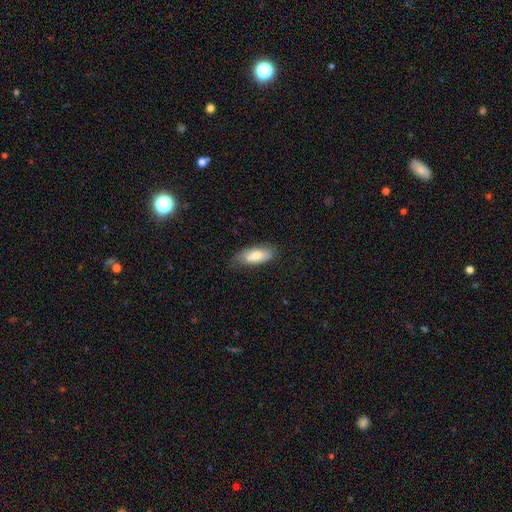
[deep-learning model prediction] A smooth galaxy with no disk features (78%) that is in between round and cigar-shaped (78%).

Vote fractions:
- Smooth or featured? smooth: 78% / featured or disk: 16% / star or artifact: 6%
- How rounded? in between: 78% / cigar-shaped: 20% / round: 2%
- Merging? none: 65% / minor disturbance: 27% / major disturbance: 6% / merger: 2%